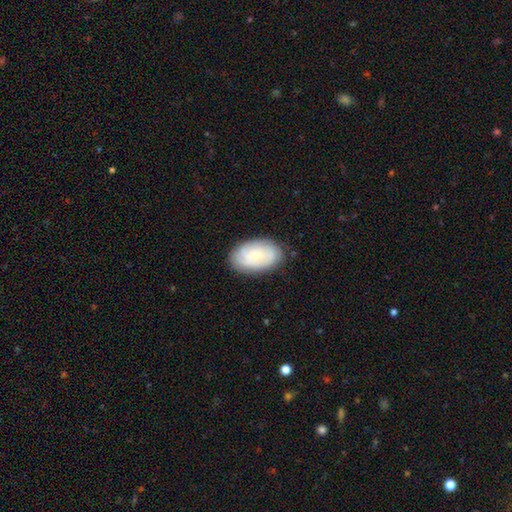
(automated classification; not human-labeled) Overall: smooth (51%; featured or disk 42%). How rounded: in between (92%). Merging: none (81%).